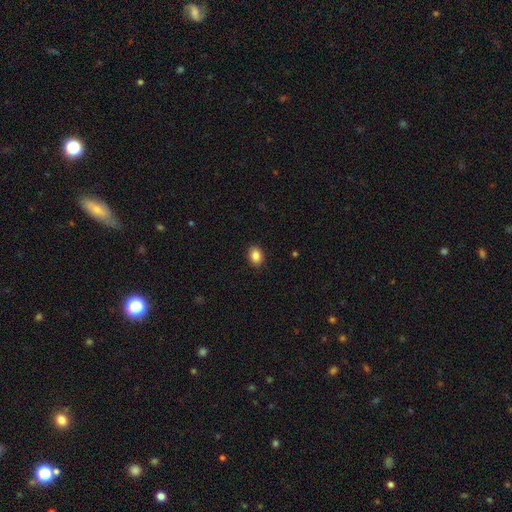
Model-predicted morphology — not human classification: Smooth or featured?
  - smooth: 87% *
  - star or artifact: 9%
  - featured or disk: 5%
How rounded?
  - in between: 63% *
  - round: 36%
  - cigar-shaped: 1%
Merging?
  - none: 90% *
  - minor disturbance: 7%
  - major disturbance: 2%
  - merger: 1%